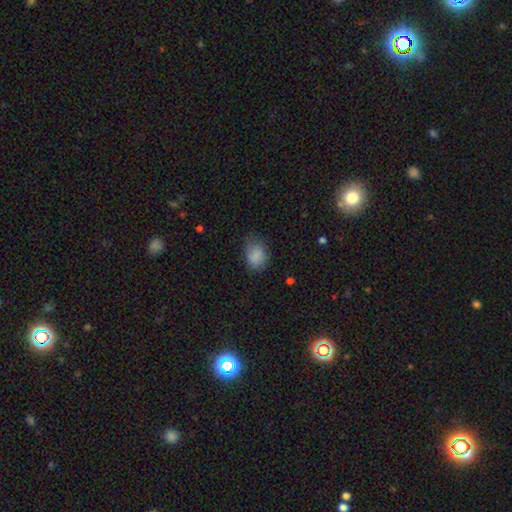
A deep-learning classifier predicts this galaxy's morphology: Overall: smooth (84%). How rounded: in between (68%; round 31%). Merging: none (62%; minor disturbance 28%).